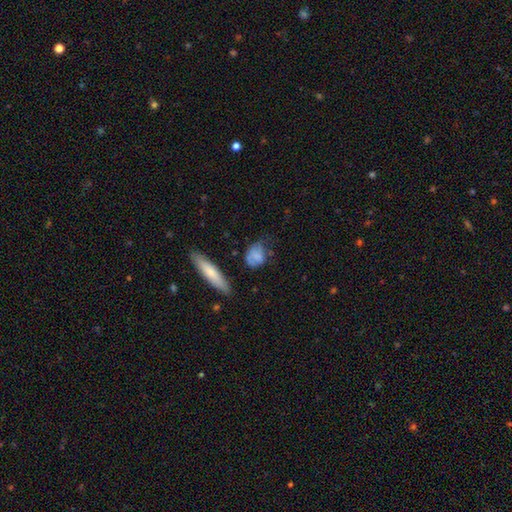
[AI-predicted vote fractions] Q: Smooth or featured?
A: smooth (74%); runner-up: featured or disk (18%)
Q: How rounded?
A: in between (62%); runner-up: round (30%)
Q: Merging?
A: none (51%); runner-up: minor disturbance (33%)